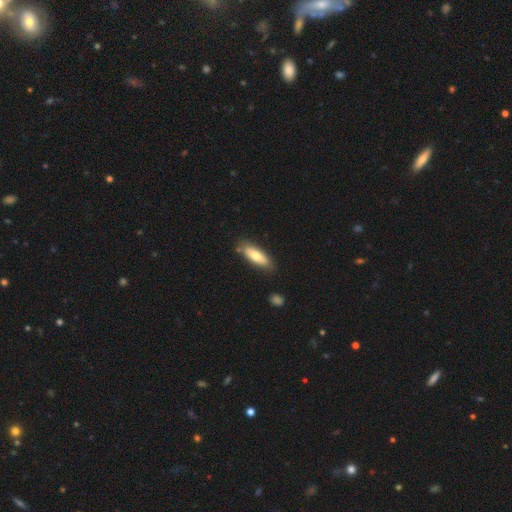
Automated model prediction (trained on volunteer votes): Morphology: type=smooth (71%); roundness=in between (64%); merging=none (81%).